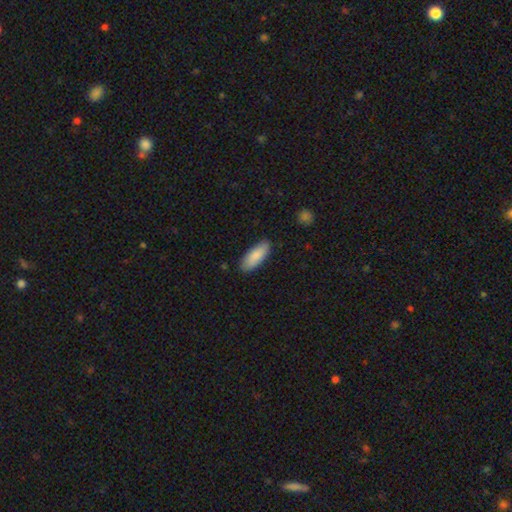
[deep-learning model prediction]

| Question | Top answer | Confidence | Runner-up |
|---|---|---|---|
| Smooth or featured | smooth | 86% | featured or disk (9%) |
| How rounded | in between | 71% | cigar-shaped (27%) |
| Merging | none | 86% | minor disturbance (11%) |